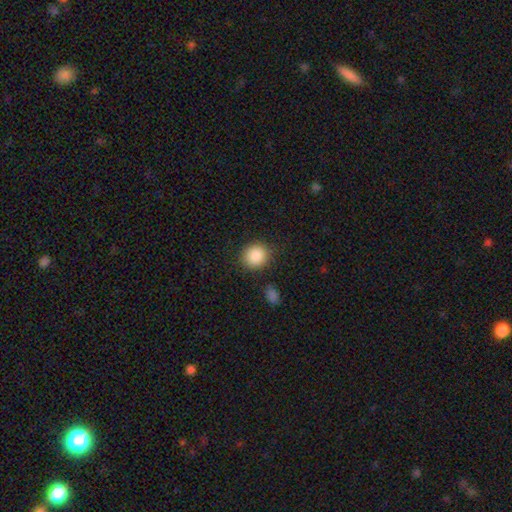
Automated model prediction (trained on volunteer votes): Smooth or featured: smooth — 88% (star or artifact — 8%)
How rounded: round — 86% (in between — 13%)
Merging: none — 86% (minor disturbance — 8%)